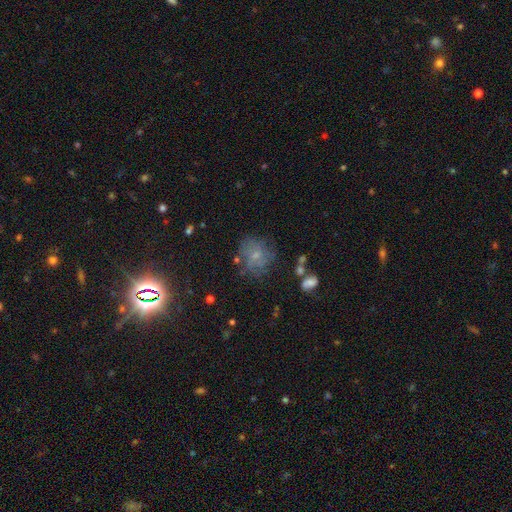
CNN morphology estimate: Overall: smooth (45%; featured or disk 37%). Merging: none (62%).